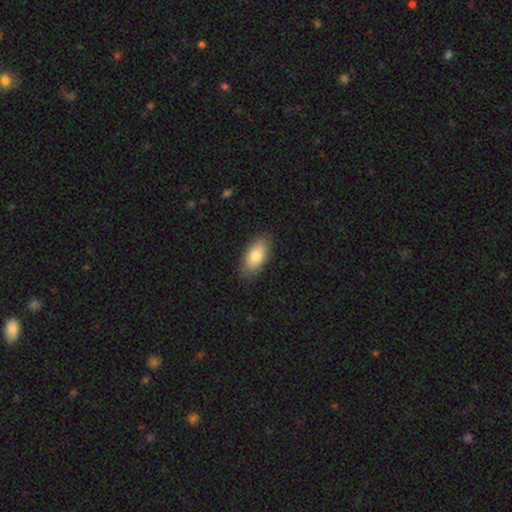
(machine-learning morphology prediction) Smooth or featured: smooth — 83% (featured or disk — 11%)
How rounded: in between — 90% (cigar-shaped — 7%)
Merging: none — 85% (minor disturbance — 12%)